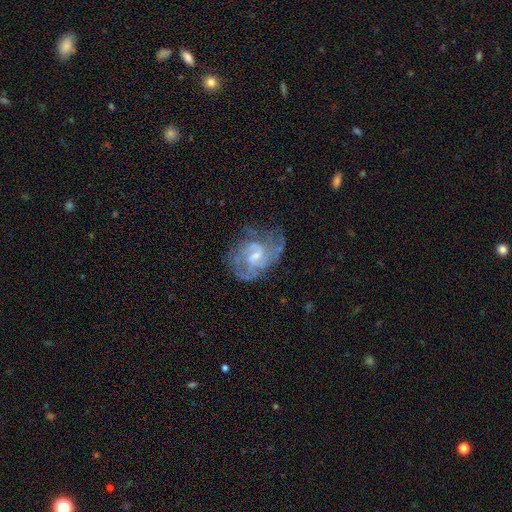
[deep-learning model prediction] The model was most divided on "spiral winding": medium: 45%, tight: 39%, loose: 16%. Remaining: edge-on disk — no (98%); spiral arms — yes (90%); smooth or featured — featured or disk (83%); bar — weak (59%); merging — none (54%); bulge size — small (49%); spiral arm count — 2 (42%).